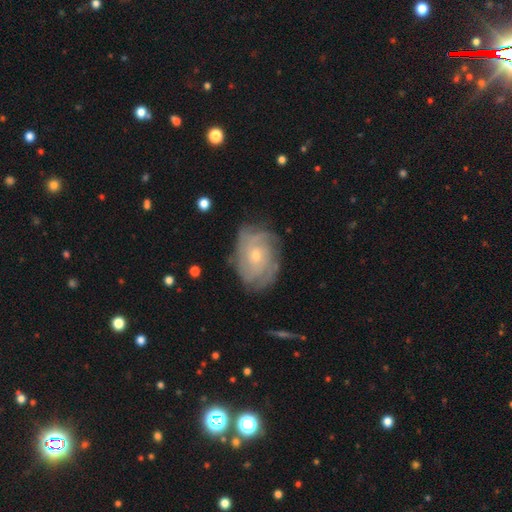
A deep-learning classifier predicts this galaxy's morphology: A featured or disk galaxy (80%) with no bar (78%), tight (66%) spiral arms (92%) and a small central bulge (68%). Merging: none (74%).